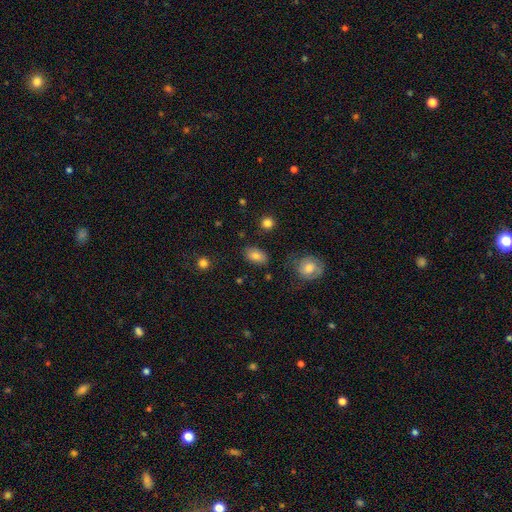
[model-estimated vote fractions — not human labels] Morphology: type=smooth (79%); roundness=in between (88%); merging=none (80%).